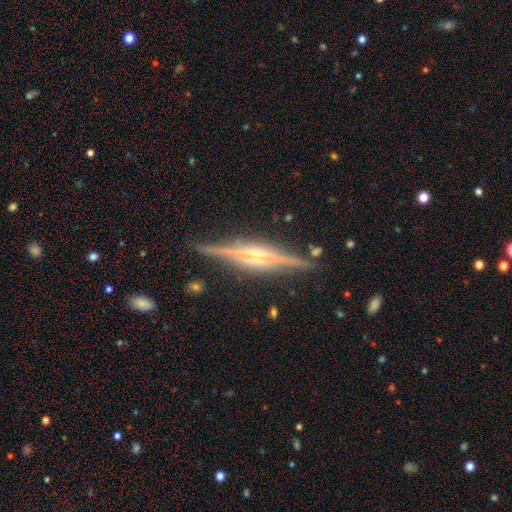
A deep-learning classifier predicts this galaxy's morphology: Overall: featured or disk (86%). Edge-on disk: yes (98%). Edge-on bulge: rounded (71%). Merging: none (88%).